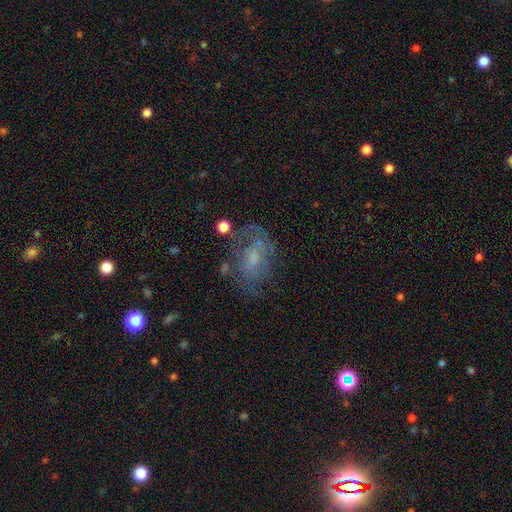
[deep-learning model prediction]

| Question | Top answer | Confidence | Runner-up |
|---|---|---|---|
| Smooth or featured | featured or disk | 54% | smooth (25%) |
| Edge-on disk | no | 94% | yes (6%) |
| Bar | no | 52% | weak (39%) |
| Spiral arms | yes | 72% | no (28%) |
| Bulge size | small | 56% | moderate (30%) |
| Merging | none | 64% | minor disturbance (19%) |